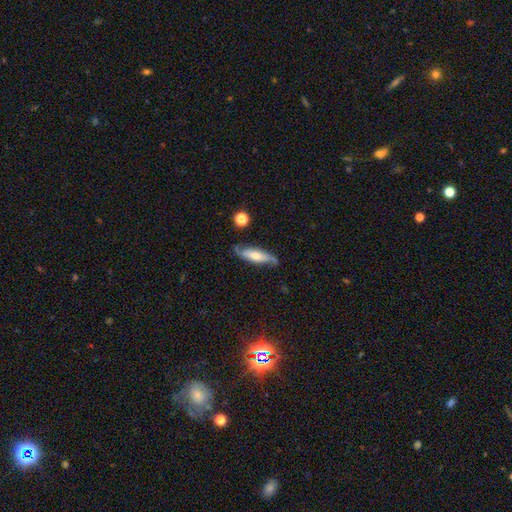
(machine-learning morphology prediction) Smooth or featured: featured or disk — 50% (smooth — 44%)
Merging: none — 69% (minor disturbance — 21%)